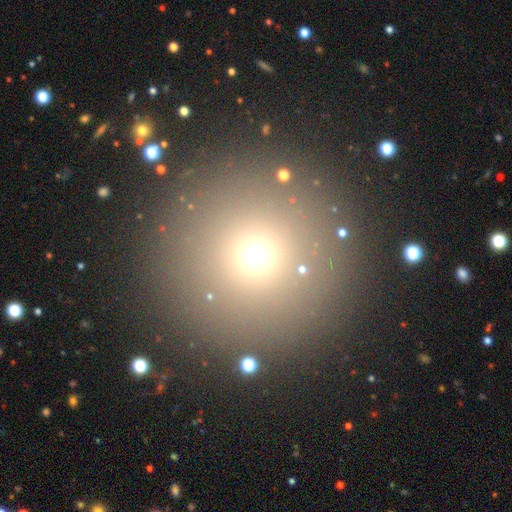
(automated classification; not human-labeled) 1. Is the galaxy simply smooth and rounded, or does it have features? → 63% smooth, 27% star or artifact, 9% featured or disk.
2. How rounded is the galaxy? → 96% round, 3% in between, 1% cigar-shaped.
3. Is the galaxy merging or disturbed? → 88% none, 5% minor disturbance, 3% major disturbance, 3% merger.